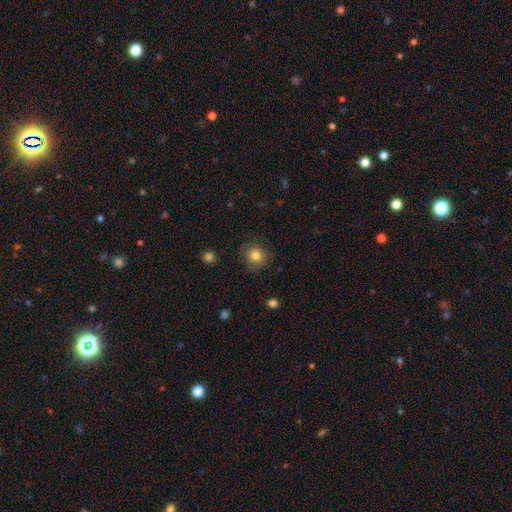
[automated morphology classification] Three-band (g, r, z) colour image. It shows a smooth galaxy with no disk features (82%) that is round (89%). Merging: none (85%).